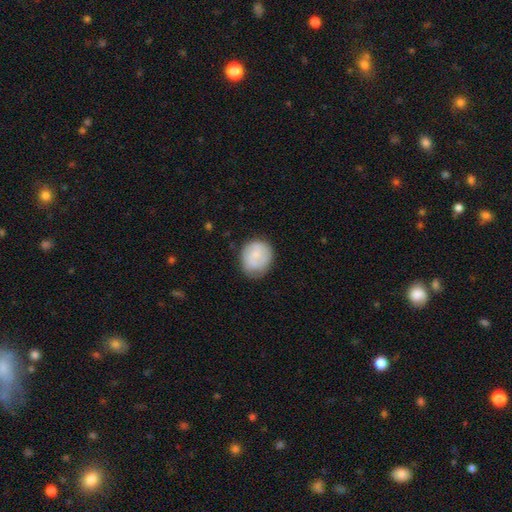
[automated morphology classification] This is likely a smooth galaxy (71%). How rounded: likely round (77%). Merging: likely none (68%).